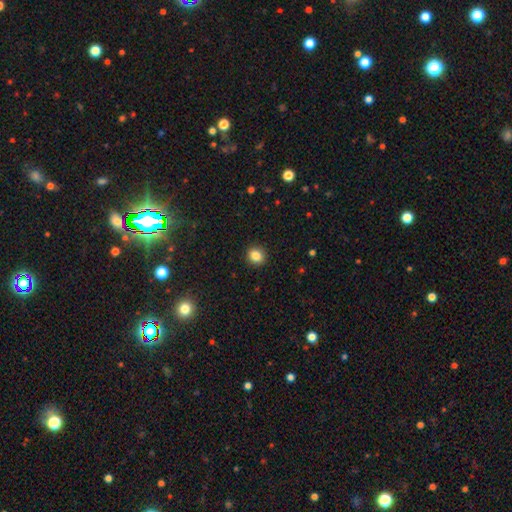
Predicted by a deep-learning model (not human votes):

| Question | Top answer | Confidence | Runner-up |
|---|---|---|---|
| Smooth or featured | smooth | 84% | star or artifact (11%) |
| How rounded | round | 77% | in between (22%) |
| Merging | none | 92% | minor disturbance (5%) |